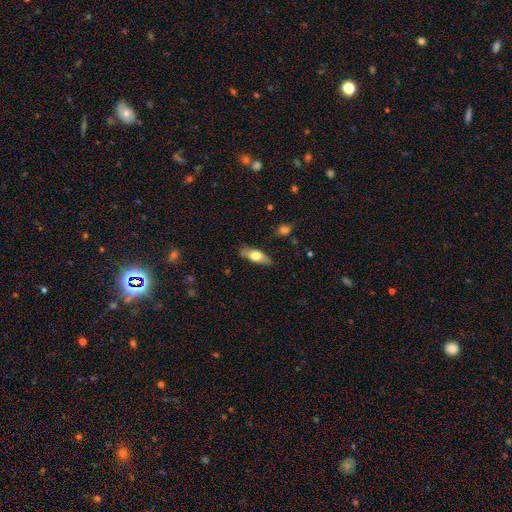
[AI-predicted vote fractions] smooth-or-featured: smooth: 65% | featured or disk: 29% | star or artifact: 6%
  how-rounded: in between: 69% | cigar-shaped: 27% | round: 3%
  merging: none: 81% | minor disturbance: 15% | major disturbance: 3% | merger: 2%